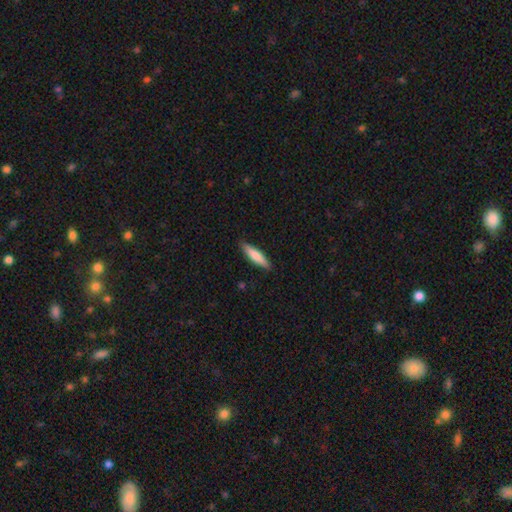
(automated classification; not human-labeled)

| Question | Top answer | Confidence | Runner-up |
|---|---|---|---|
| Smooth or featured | smooth | 76% | featured or disk (19%) |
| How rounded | cigar-shaped | 77% | in between (21%) |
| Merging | none | 88% | minor disturbance (9%) |